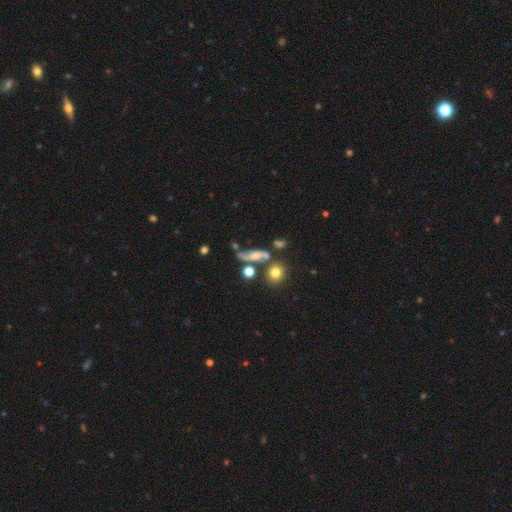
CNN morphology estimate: A featured or disk galaxy (51%). Merging: none (51%).